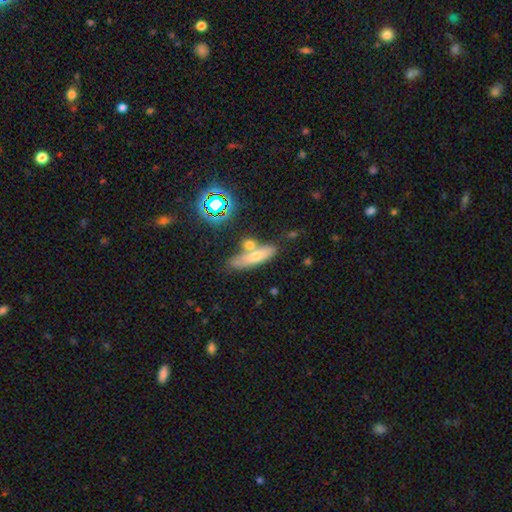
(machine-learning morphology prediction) A smooth galaxy with no disk features (56%) that is cigar-shaped (55%). Merging: none (56%).